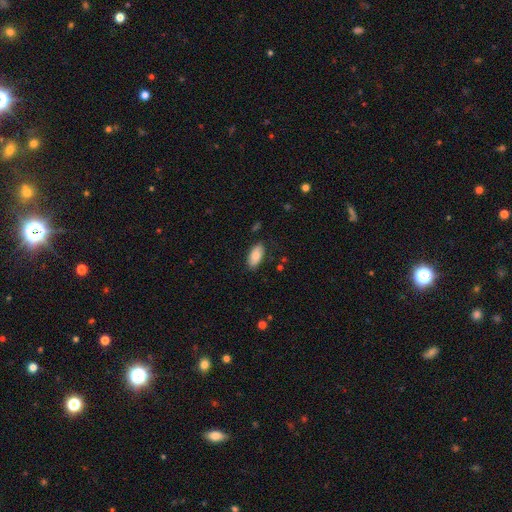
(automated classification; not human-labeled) smooth_or_featured: smooth (p=0.81) [alt: featured or disk p=0.12]
how_rounded: in between (p=0.92) [alt: cigar-shaped p=0.05]
merging: none (p=0.82) [alt: minor disturbance p=0.13]